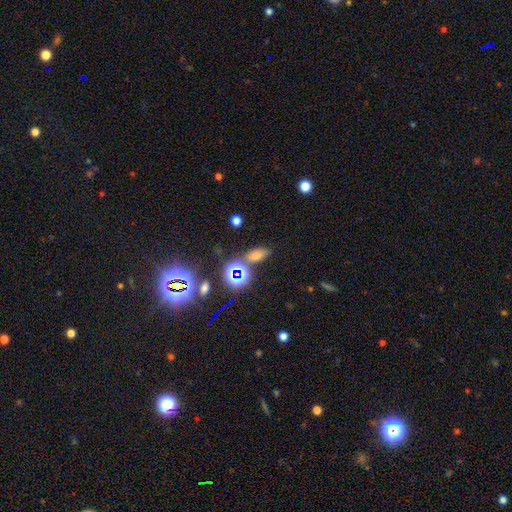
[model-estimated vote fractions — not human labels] Overall: smooth (44%; star or artifact 42%). Merging: none (76%).